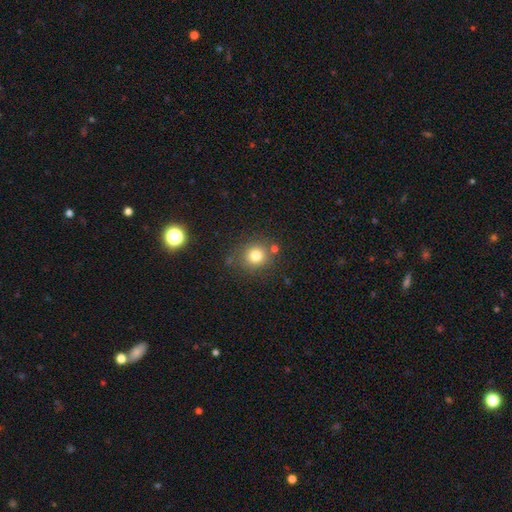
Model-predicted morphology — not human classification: smooth-or-featured: smooth: 78% | star or artifact: 13% | featured or disk: 8%
  how-rounded: round: 87% | in between: 12% | cigar-shaped: 1%
  merging: none: 77% | minor disturbance: 11% | merger: 8% | major disturbance: 4%